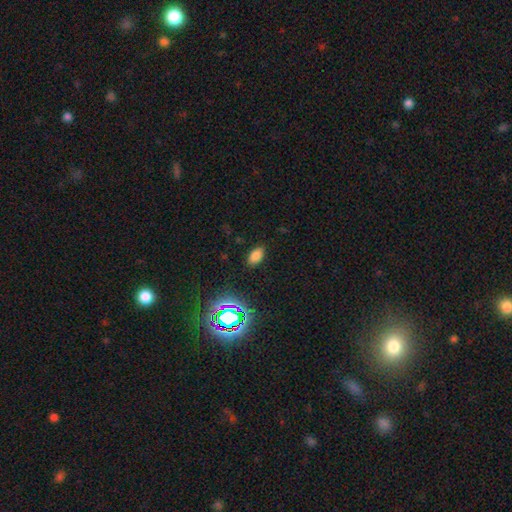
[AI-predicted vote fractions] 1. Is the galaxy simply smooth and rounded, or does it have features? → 76% smooth, 18% star or artifact, 6% featured or disk.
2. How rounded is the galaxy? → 91% in between, 7% round, 2% cigar-shaped.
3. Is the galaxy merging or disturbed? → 87% none, 9% minor disturbance, 3% major disturbance, 1% merger.